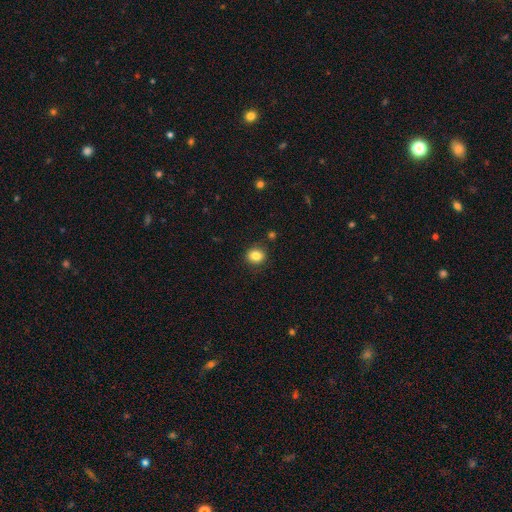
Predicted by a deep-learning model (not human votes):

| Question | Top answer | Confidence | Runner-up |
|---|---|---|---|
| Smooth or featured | smooth | 83% | star or artifact (10%) |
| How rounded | round | 72% | in between (27%) |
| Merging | none | 88% | minor disturbance (8%) |